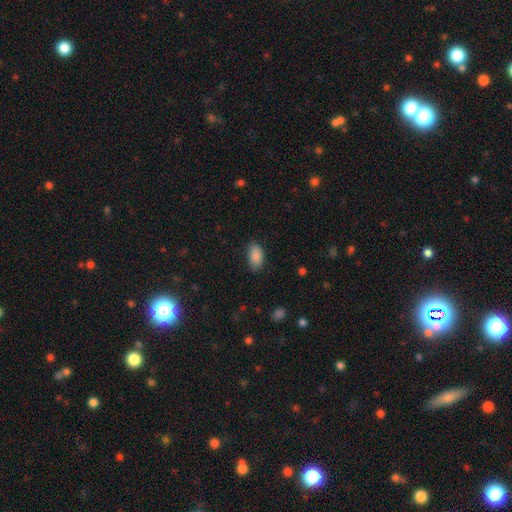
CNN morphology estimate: This appears to be a smooth galaxy with no disk features (88%) that is in between round and cigar-shaped (93%). Merging: none (78%).